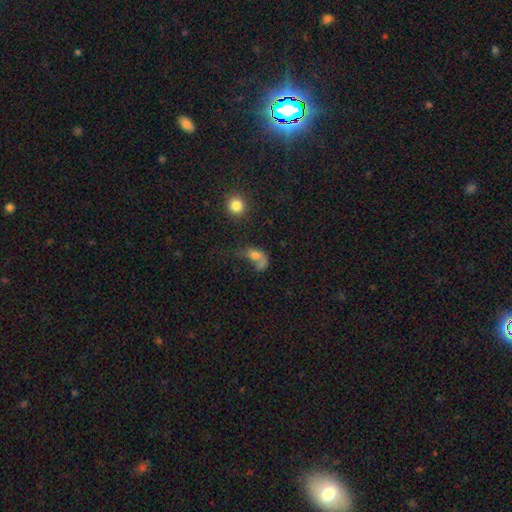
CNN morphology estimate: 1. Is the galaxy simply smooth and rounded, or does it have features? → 53% smooth, 32% featured or disk, 15% star or artifact.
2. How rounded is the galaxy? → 69% in between, 25% round, 6% cigar-shaped.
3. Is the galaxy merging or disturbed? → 47% major disturbance, 20% none, 19% merger, 13% minor disturbance.